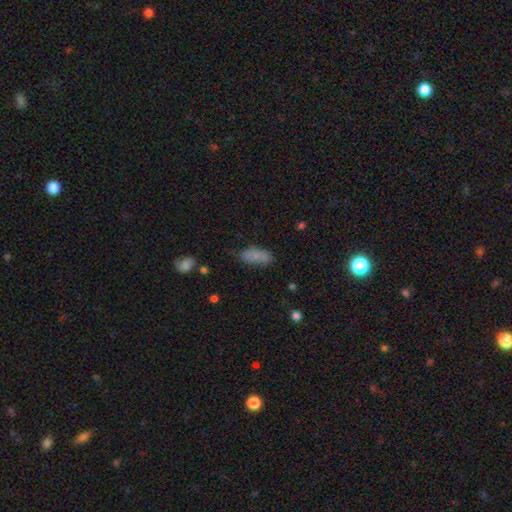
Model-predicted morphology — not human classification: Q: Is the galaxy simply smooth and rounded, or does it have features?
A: smooth — 80%.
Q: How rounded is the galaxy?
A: in between — 85%.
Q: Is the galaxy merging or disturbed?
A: none — 68%.